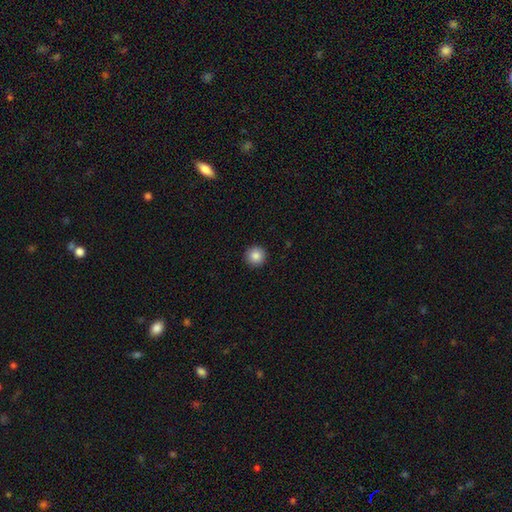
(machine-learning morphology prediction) Smooth or featured? Predicted: smooth (p=0.86). How rounded? Predicted: round (p=0.96). Merging? Predicted: none (p=0.93).